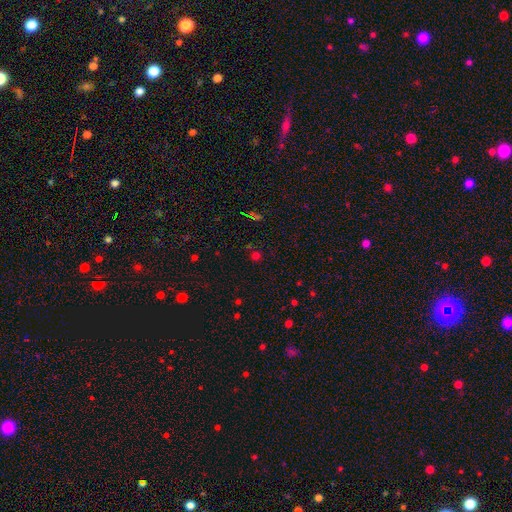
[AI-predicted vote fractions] Q: Smooth or featured?
A: smooth (48%); runner-up: star or artifact (46%)
Q: Merging?
A: none (77%); runner-up: minor disturbance (10%)